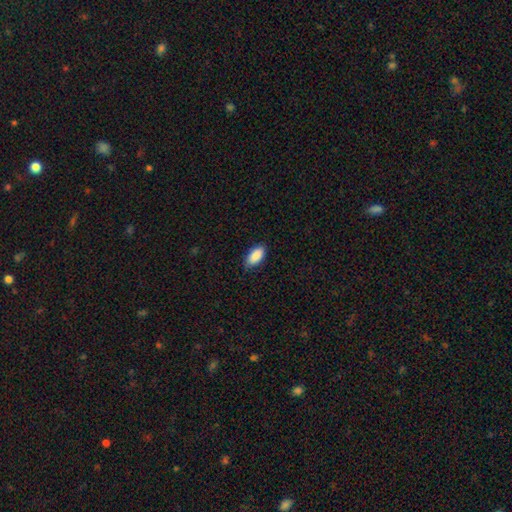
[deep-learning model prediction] Overall: smooth (89%). How rounded: in between (93%). Merging: none (84%).